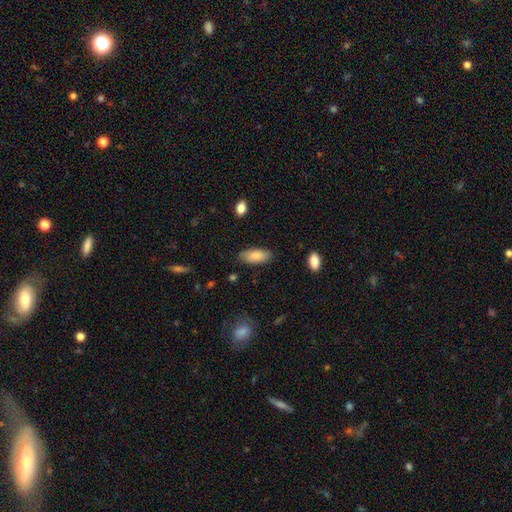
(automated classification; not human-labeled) Smooth or featured? smooth (85%)
How rounded? in between (87%)
Merging? none (80%)